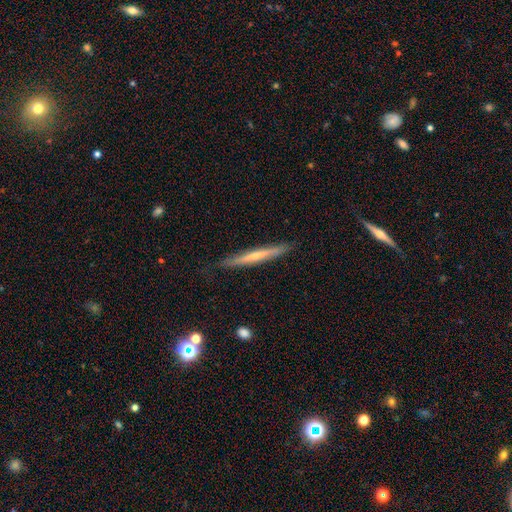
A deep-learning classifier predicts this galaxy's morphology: Smooth or featured?
  - featured or disk: 59% *
  - smooth: 35%
  - star or artifact: 6%
Edge-on disk?
  - yes: 95% *
  - no: 5%
Edge-on bulge?
  - rounded: 49% *
  - none: 46%
  - boxy: 4%
Merging?
  - none: 87% *
  - minor disturbance: 10%
  - major disturbance: 2%
  - merger: 1%